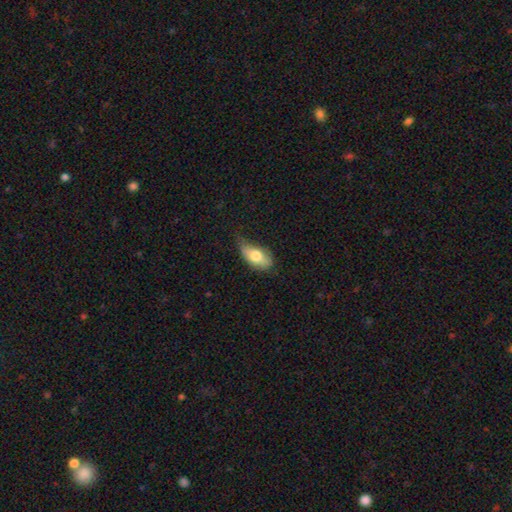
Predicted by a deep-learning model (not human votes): Smooth or featured?
  - smooth: 71% *
  - featured or disk: 22%
  - star or artifact: 7%
How rounded?
  - in between: 89% *
  - round: 7%
  - cigar-shaped: 5%
Merging?
  - minor disturbance: 45% *
  - none: 37%
  - major disturbance: 16%
  - merger: 2%